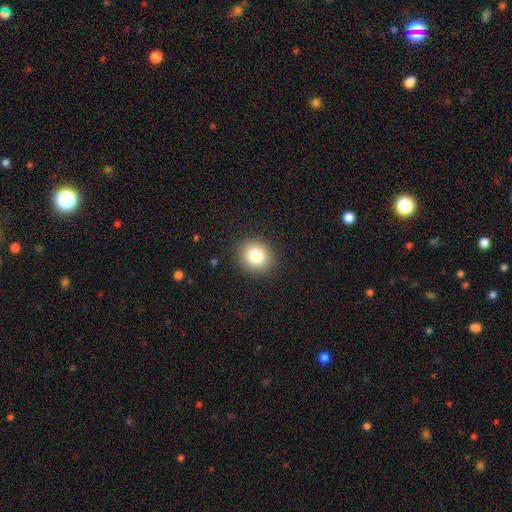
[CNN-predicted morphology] Q: Smooth or featured?
A: smooth (82%); runner-up: star or artifact (10%)
Q: How rounded?
A: round (77%); runner-up: in between (22%)
Q: Merging?
A: none (89%); runner-up: minor disturbance (7%)